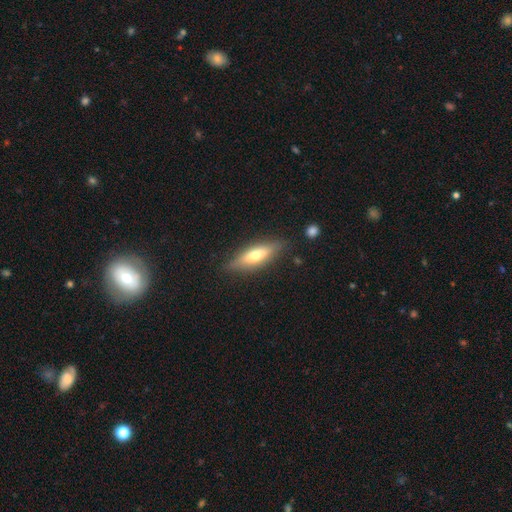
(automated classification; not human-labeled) smooth-or-featured: smooth: 55% | featured or disk: 39% | star or artifact: 6%
  how-rounded: cigar-shaped: 56% | in between: 42% | round: 2%
  merging: none: 83% | minor disturbance: 13% | major disturbance: 3% | merger: 2%